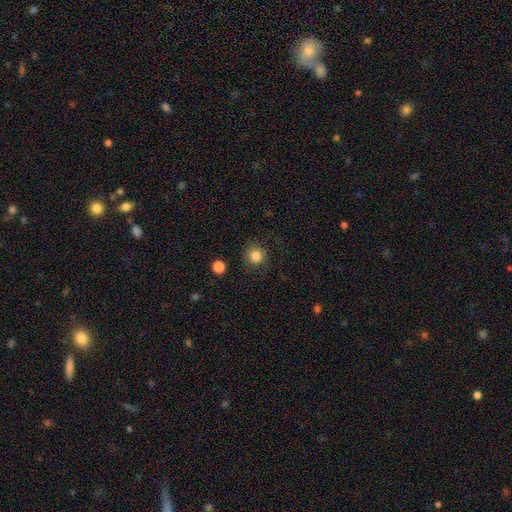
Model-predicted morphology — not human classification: Smooth or featured? Predicted: smooth (p=0.84). How rounded? Predicted: round (p=0.92). Merging? Predicted: none (p=0.86).